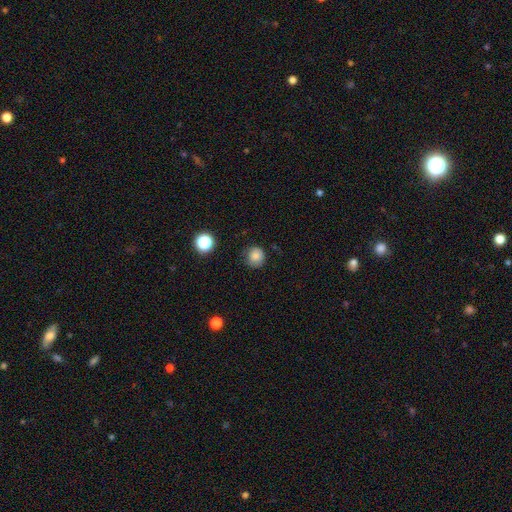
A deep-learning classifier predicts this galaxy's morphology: Smooth or featured? Predicted: smooth (p=0.83). How rounded? Predicted: round (p=0.90). Merging? Predicted: none (p=0.76).